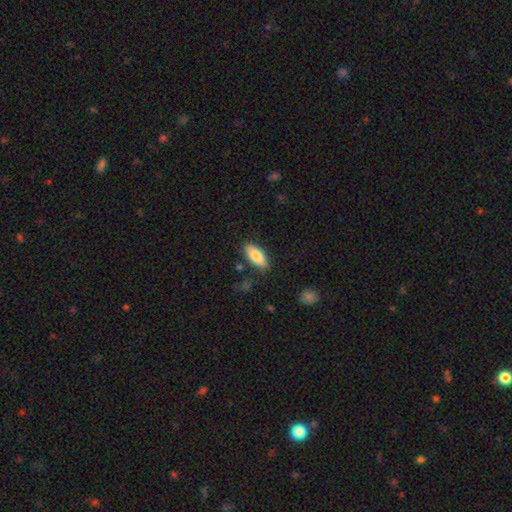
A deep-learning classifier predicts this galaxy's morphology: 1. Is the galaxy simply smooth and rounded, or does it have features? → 82% smooth, 12% featured or disk, 6% star or artifact.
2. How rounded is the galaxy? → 85% in between, 13% cigar-shaped, 2% round.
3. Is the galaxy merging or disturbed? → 83% none, 12% minor disturbance, 3% major disturbance, 3% merger.